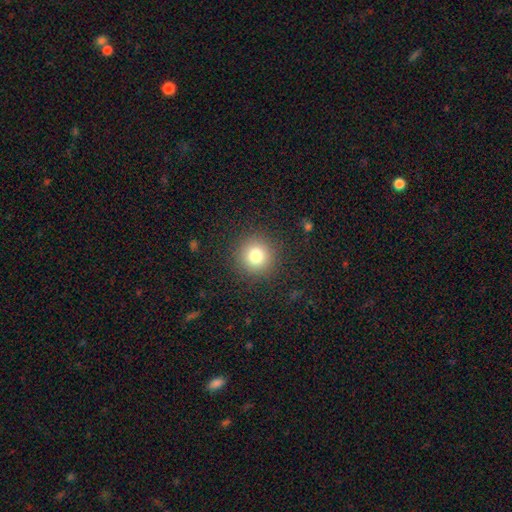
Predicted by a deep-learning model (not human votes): Smooth or featured?
  - smooth: 80% *
  - star or artifact: 12%
  - featured or disk: 8%
How rounded?
  - round: 94% *
  - in between: 5%
  - cigar-shaped: 1%
Merging?
  - none: 90% *
  - minor disturbance: 6%
  - major disturbance: 3%
  - merger: 1%